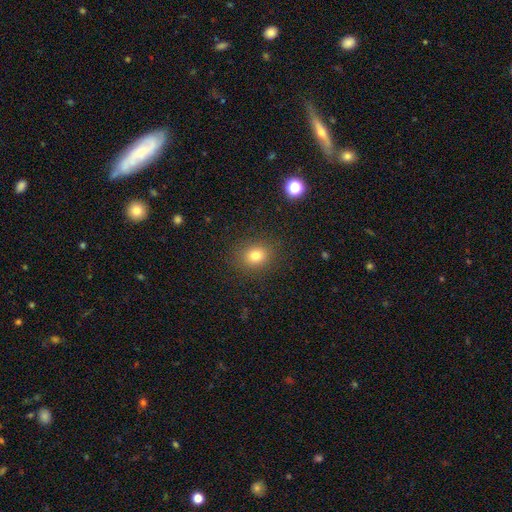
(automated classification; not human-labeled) Smooth or featured?
  - smooth: 79% *
  - star or artifact: 14%
  - featured or disk: 7%
How rounded?
  - round: 69% *
  - in between: 30%
  - cigar-shaped: 1%
Merging?
  - none: 87% *
  - minor disturbance: 8%
  - major disturbance: 3%
  - merger: 1%